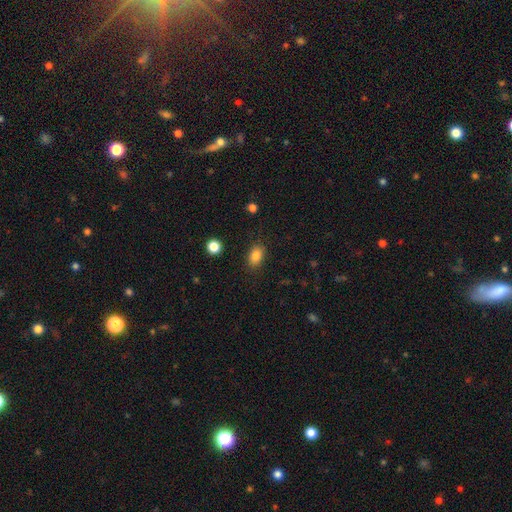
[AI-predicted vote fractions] Morphology: type=smooth (85%); roundness=in between (82%); merging=none (85%).